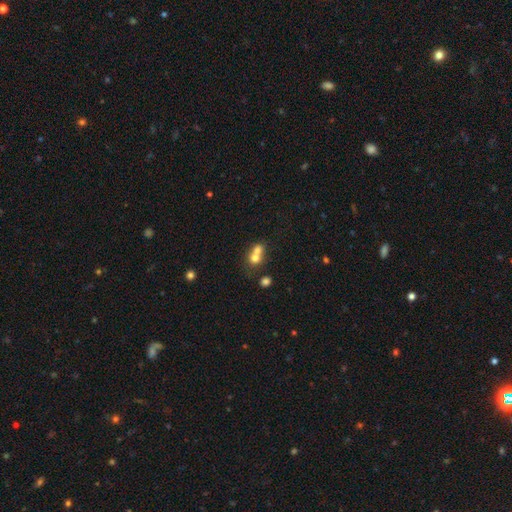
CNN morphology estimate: This is likely a smooth galaxy (69%). How rounded: likely round (71%). Merging: likely merger (67%).